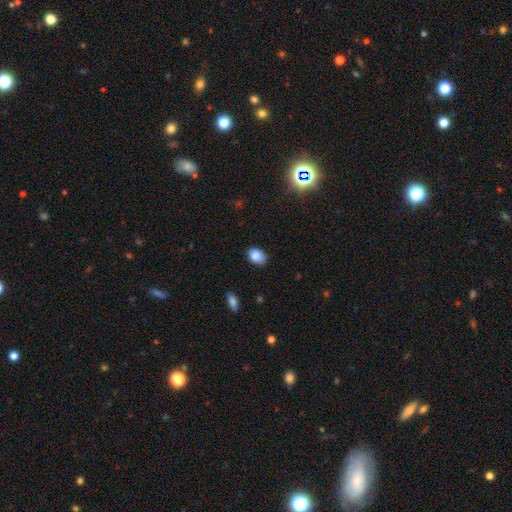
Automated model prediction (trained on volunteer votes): Smooth or featured: smooth — 87% (star or artifact — 9%)
How rounded: in between — 79% (round — 20%)
Merging: none — 78% (minor disturbance — 18%)